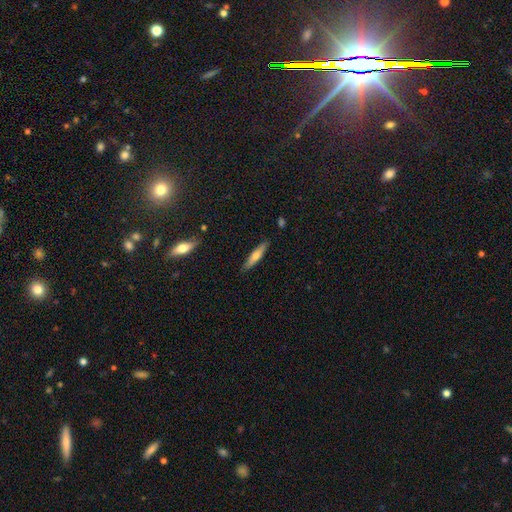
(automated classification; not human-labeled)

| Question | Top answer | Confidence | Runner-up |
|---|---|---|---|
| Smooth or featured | smooth | 59% | featured or disk (35%) |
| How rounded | cigar-shaped | 83% | in between (15%) |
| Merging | none | 88% | minor disturbance (9%) |